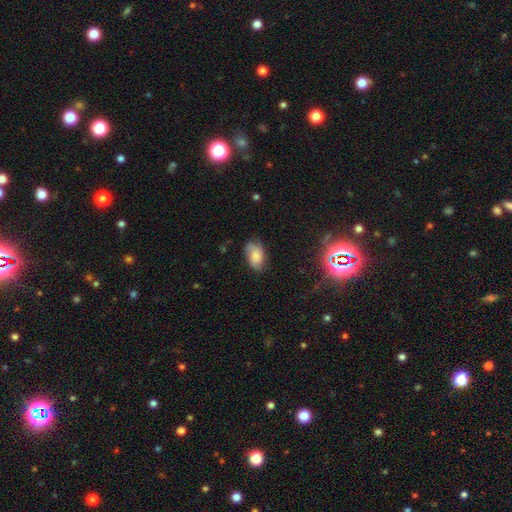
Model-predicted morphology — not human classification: A smooth galaxy with no disk features (65%) that is in between round and cigar-shaped (90%).

Vote fractions:
- Smooth or featured? smooth: 65% / featured or disk: 26% / star or artifact: 10%
- How rounded? in between: 90% / round: 8% / cigar-shaped: 2%
- Merging? none: 62% / minor disturbance: 28% / major disturbance: 8% / merger: 2%